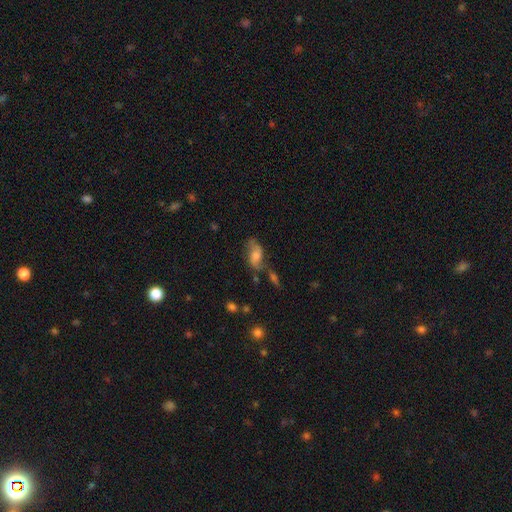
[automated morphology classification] Smooth or featured? Predicted: featured or disk (p=0.49). Merging? Predicted: none (p=0.49).